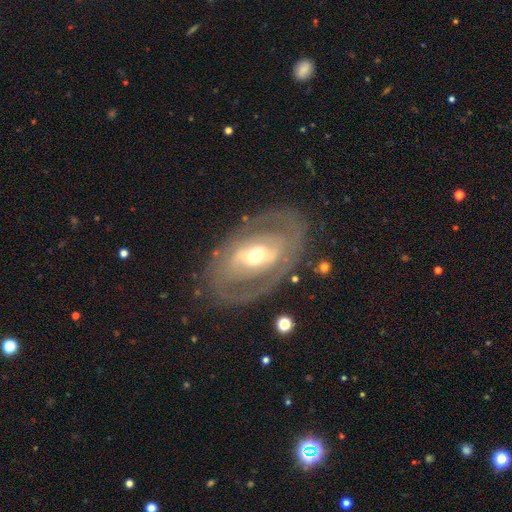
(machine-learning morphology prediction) featured or disk 75%, smooth 19%, star or artifact 5%. Down the decision tree: edge-on disk — no (92%); bar — no (35%); spiral arms — no (51%); bulge size — moderate (64%); merging — none (77%).